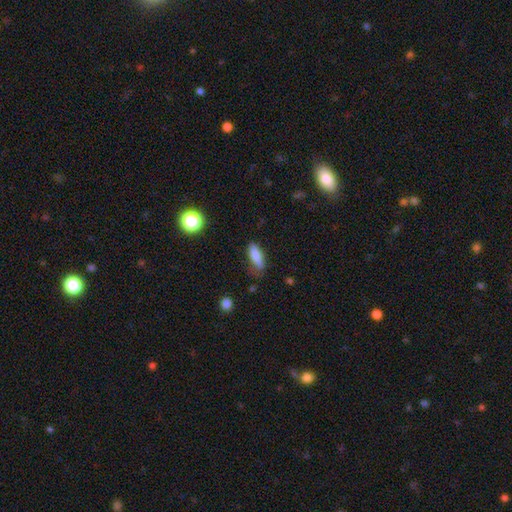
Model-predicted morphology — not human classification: smooth 82%, featured or disk 10%, star or artifact 8%. Down the decision tree: how rounded — in between (57%); merging — none (69%).